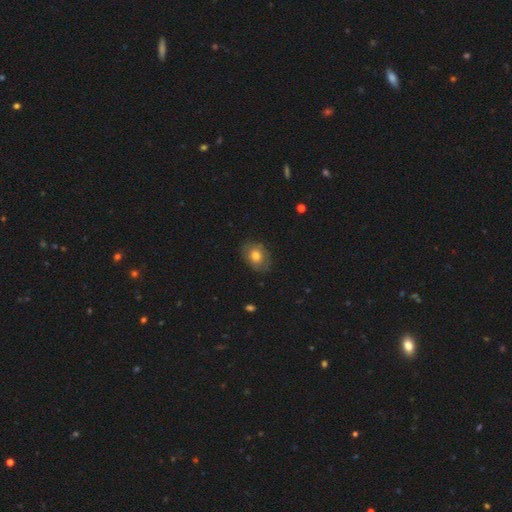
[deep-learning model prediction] Smooth or featured: smooth — 65% (featured or disk — 27%)
How rounded: in between — 62% (round — 37%)
Merging: none — 79% (minor disturbance — 16%)